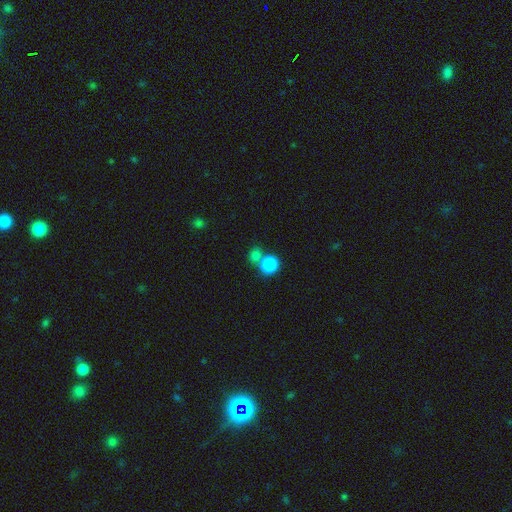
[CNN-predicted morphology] This is likely a smooth galaxy (80%). How rounded: clearly round (81%). Merging: possibly none (51%).